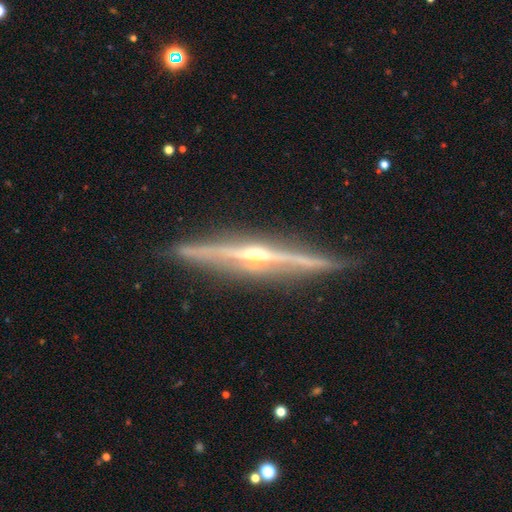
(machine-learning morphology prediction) Smooth or featured? Predicted: featured or disk (p=0.89). Edge-on disk? Predicted: yes (p=0.98). Edge-on bulge? Predicted: rounded (p=0.88). Merging? Predicted: none (p=0.88).